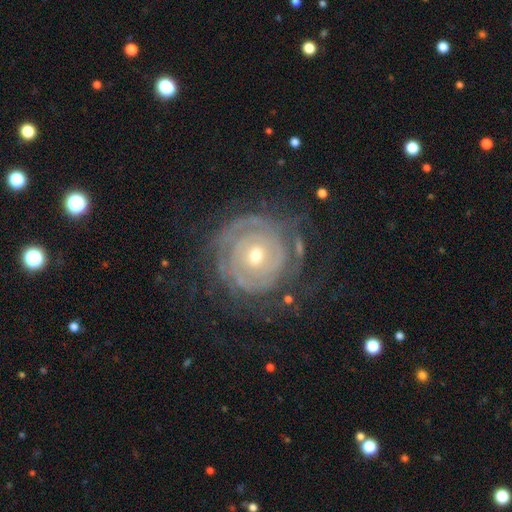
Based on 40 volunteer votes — Q: Smooth or featured?
A: featured or disk (85%); runner-up: smooth (8%)
Q: Edge-on disk?
A: no (94%); runner-up: yes (6%)
Q: Bar?
A: no (75%); runner-up: weak (19%)
Q: Spiral arms?
A: yes (91%); runner-up: no (9%)
Q: Spiral winding?
A: tight (83%); runner-up: loose (10%)
Q: Spiral arm count?
A: can't tell (34%); runner-up: 4 (21%)
Q: Bulge size?
A: moderate (62%); runner-up: small (34%)
Q: Merging?
A: none (59%); runner-up: minor disturbance (19%)